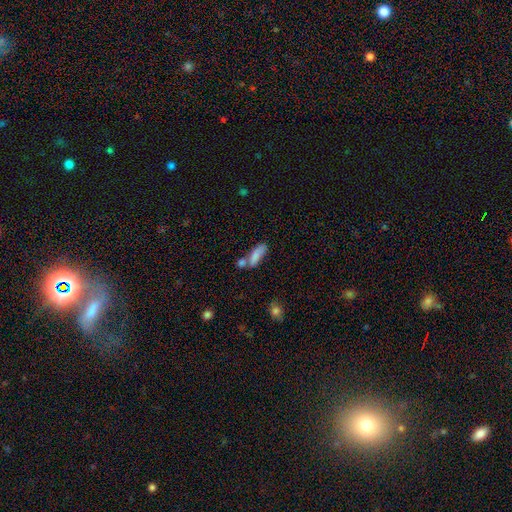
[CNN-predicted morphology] Smooth or featured?
  - smooth: 79% *
  - featured or disk: 12%
  - star or artifact: 8%
How rounded?
  - in between: 52% *
  - cigar-shaped: 45%
  - round: 3%
Merging?
  - none: 44% *
  - merger: 31%
  - minor disturbance: 17%
  - major disturbance: 7%